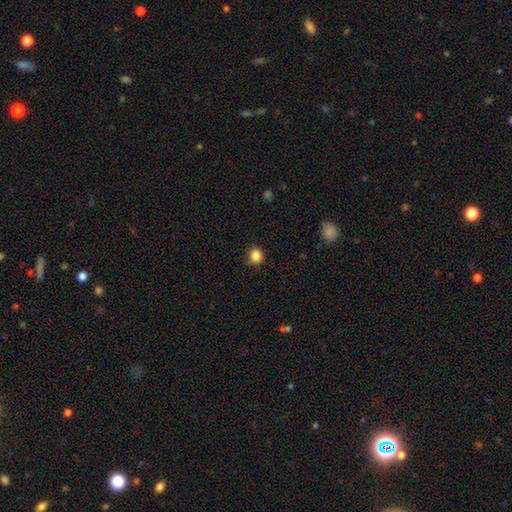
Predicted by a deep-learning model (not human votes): Smooth or featured? Predicted: smooth (p=0.86). How rounded? Predicted: round (p=0.84). Merging? Predicted: none (p=0.86).